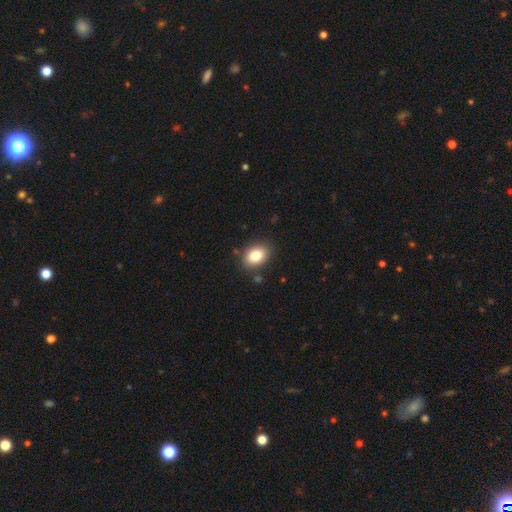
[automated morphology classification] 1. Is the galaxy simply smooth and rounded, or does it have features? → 82% smooth, 9% star or artifact, 9% featured or disk.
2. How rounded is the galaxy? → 71% in between, 28% round, 1% cigar-shaped.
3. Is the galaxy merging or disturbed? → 85% none, 10% minor disturbance, 3% major disturbance, 2% merger.